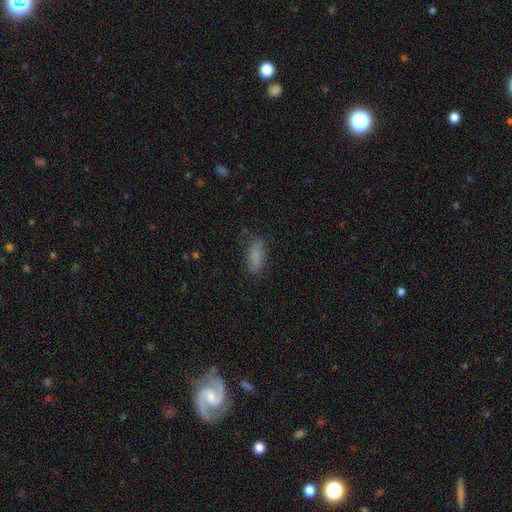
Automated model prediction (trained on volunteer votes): Q: Smooth or featured?
A: smooth (84%); runner-up: star or artifact (9%)
Q: How rounded?
A: in between (68%); runner-up: cigar-shaped (29%)
Q: Merging?
A: none (80%); runner-up: minor disturbance (15%)